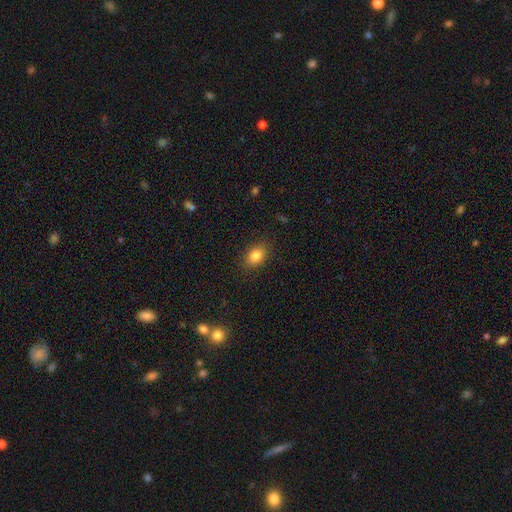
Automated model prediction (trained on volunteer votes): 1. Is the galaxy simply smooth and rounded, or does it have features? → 83% smooth, 10% star or artifact, 7% featured or disk.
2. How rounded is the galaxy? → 76% in between, 22% round, 2% cigar-shaped.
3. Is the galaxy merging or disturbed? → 87% none, 10% minor disturbance, 3% major disturbance, 1% merger.